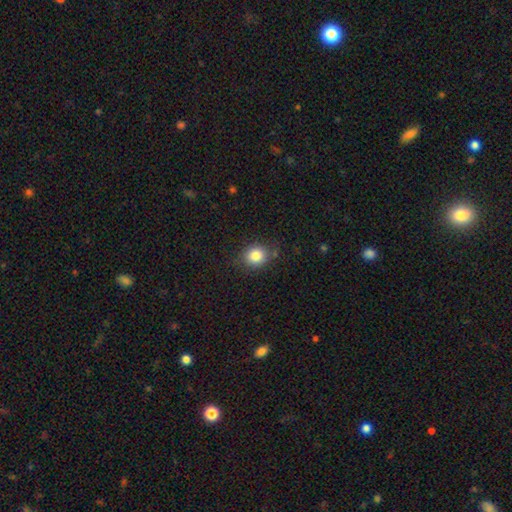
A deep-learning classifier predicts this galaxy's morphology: A smooth galaxy with no disk features (83%) that is round (72%).

Vote fractions:
- Smooth or featured? smooth: 83% / star or artifact: 11% / featured or disk: 7%
- How rounded? round: 72% / in between: 27% / cigar-shaped: 1%
- Merging? none: 80% / minor disturbance: 14% / major disturbance: 4% / merger: 2%